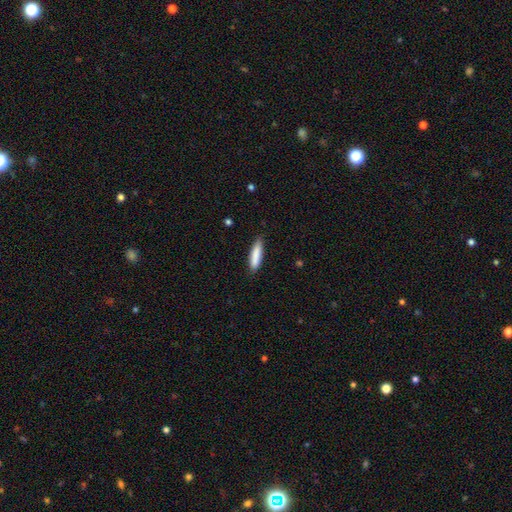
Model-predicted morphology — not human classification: A smooth galaxy with no disk features (85%) that is cigar-shaped (77%).

Vote fractions:
- Smooth or featured? smooth: 85% / featured or disk: 10% / star or artifact: 6%
- How rounded? cigar-shaped: 77% / in between: 22% / round: 1%
- Merging? none: 82% / minor disturbance: 14% / major disturbance: 2% / merger: 1%